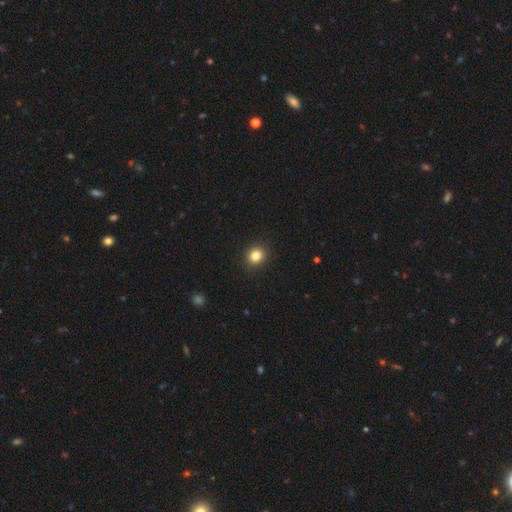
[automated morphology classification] A smooth galaxy with no disk features (83%) that is round (83%). Merging: none (92%).